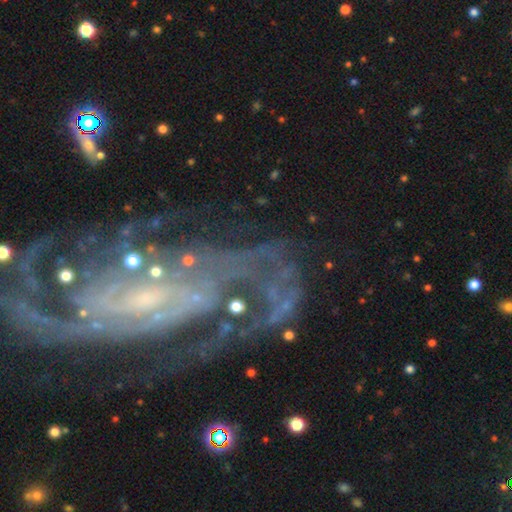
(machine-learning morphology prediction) This is clearly a featured or disk galaxy (87%). It is clearly not viewed edge-on (96%). Bar: marginally no (40%). Spiral arm pattern: clearly yes (95%). Spiral arm count: marginally 2 (38%). Spiral winding: possibly tight (45%). Central bulge: possibly small (60%). Merging: possibly none (58%).